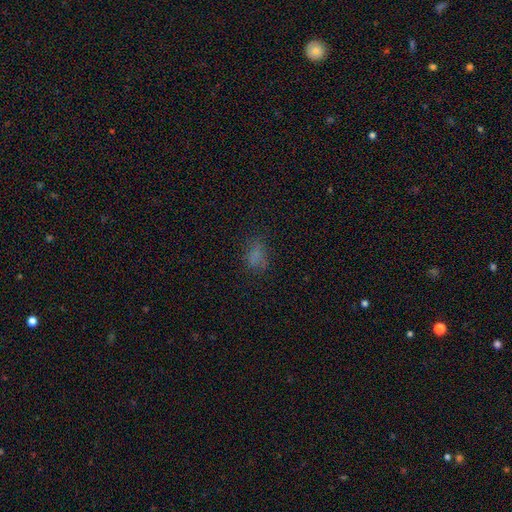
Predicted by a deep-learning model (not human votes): Smooth or featured? Predicted: smooth (p=0.66). How rounded? Predicted: in between (p=0.72). Merging? Predicted: none (p=0.64).